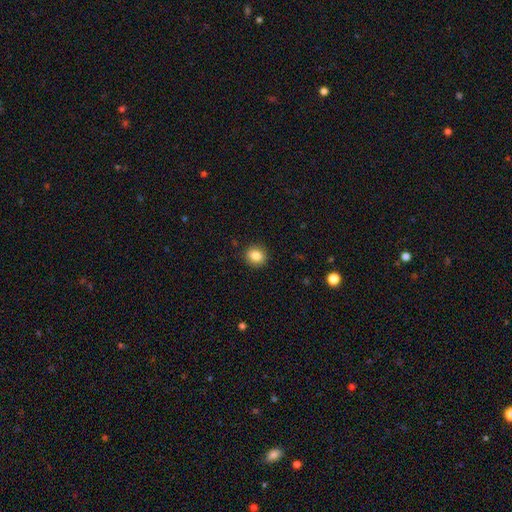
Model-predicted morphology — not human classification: smooth_or_featured: smooth (p=0.86) [alt: star or artifact p=0.10]
how_rounded: round (p=0.79) [alt: in between p=0.20]
merging: none (p=0.91) [alt: minor disturbance p=0.06]